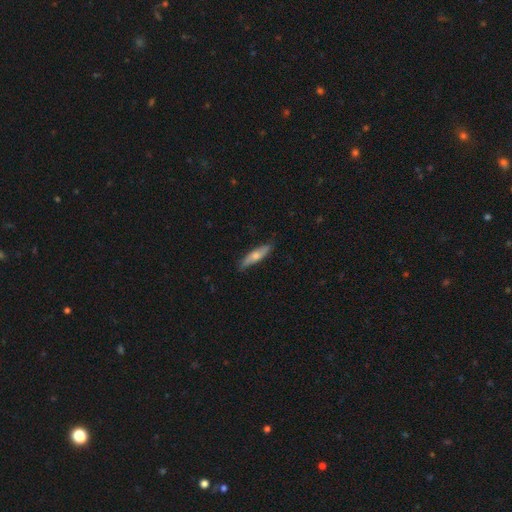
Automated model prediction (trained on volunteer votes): Q: Smooth or featured?
A: smooth (57%); runner-up: featured or disk (37%)
Q: How rounded?
A: cigar-shaped (70%); runner-up: in between (28%)
Q: Merging?
A: none (80%); runner-up: minor disturbance (17%)